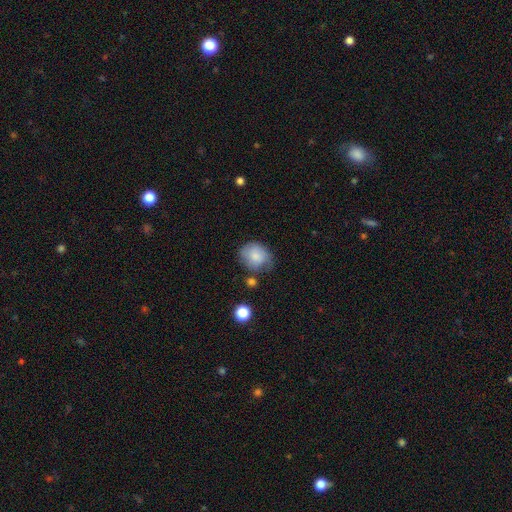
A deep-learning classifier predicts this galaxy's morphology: A smooth galaxy with no disk features (78%) that is round (59%). Merging: none (52%).